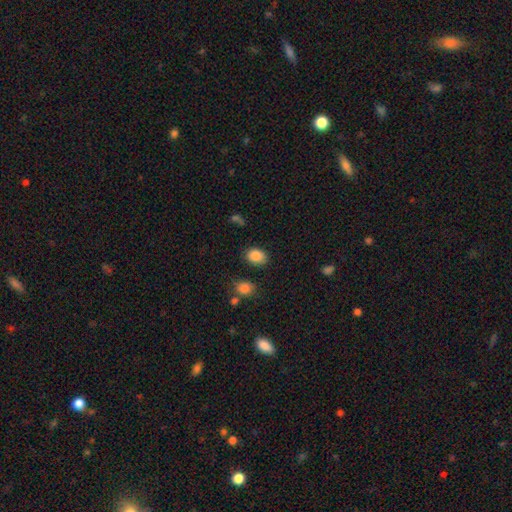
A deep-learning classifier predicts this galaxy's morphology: Smooth or featured? smooth (86%)
How rounded? in between (72%)
Merging? none (80%)